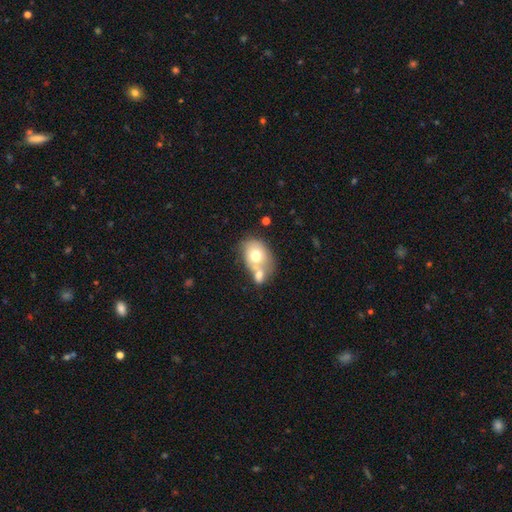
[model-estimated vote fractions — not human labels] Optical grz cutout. It shows a smooth galaxy with no disk features (65%) that is in between round and cigar-shaped (65%). Merging: merger (52%).